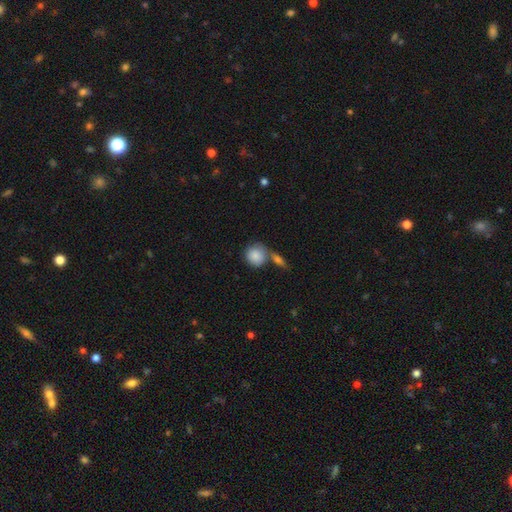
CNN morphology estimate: This appears to be a smooth galaxy with no disk features (86%) that is round (87%). Merging: none (53%).